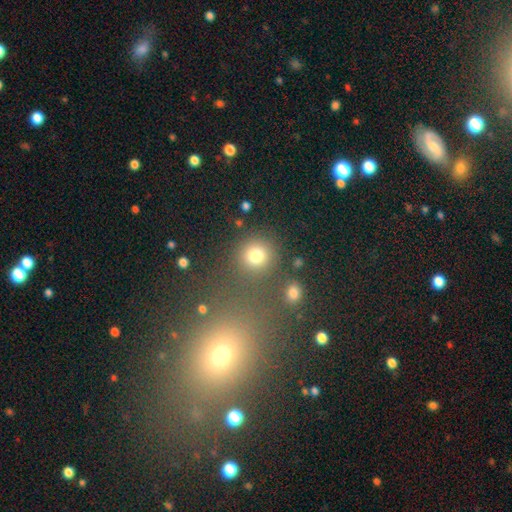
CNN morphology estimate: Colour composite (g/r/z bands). It shows a smooth galaxy with no disk features (77%) that is round (89%). Merging: none (79%).